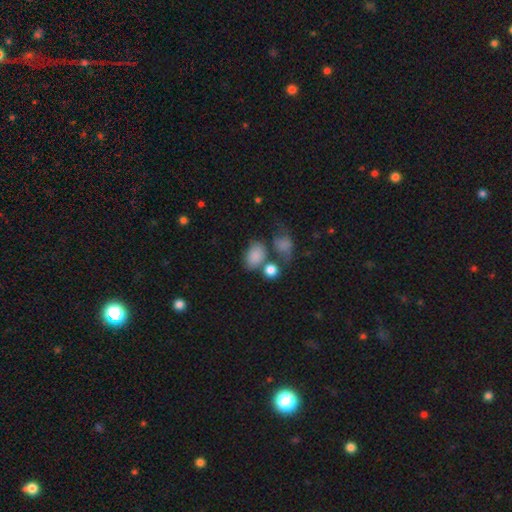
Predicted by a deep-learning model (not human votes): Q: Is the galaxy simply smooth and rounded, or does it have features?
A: smooth — 82%.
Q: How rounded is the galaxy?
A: in between — 73%.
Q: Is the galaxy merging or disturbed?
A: none — 45%.